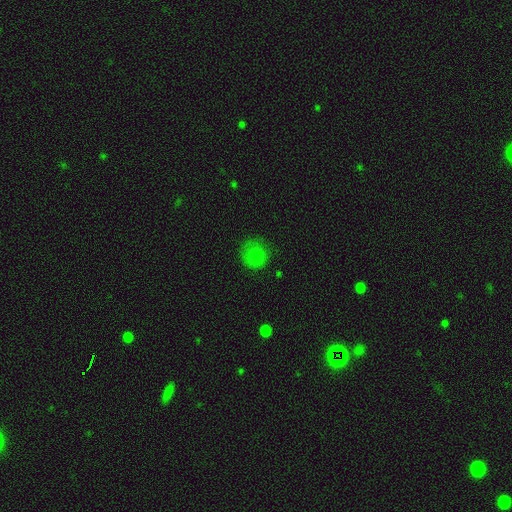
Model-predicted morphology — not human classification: This is likely a smooth galaxy (76%). How rounded: clearly round (90%). Merging: likely none (75%).